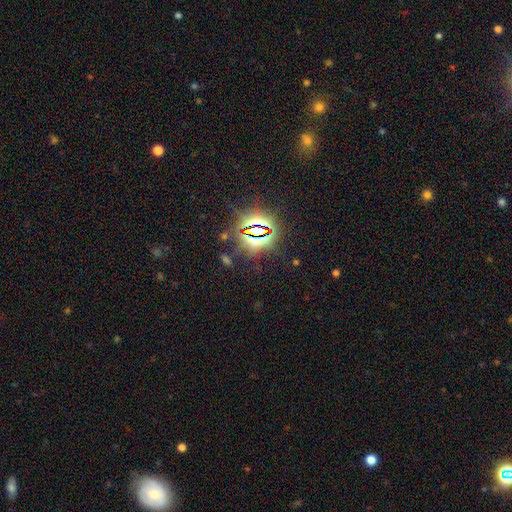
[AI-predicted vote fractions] A star or artifact, not a galaxy (82%).